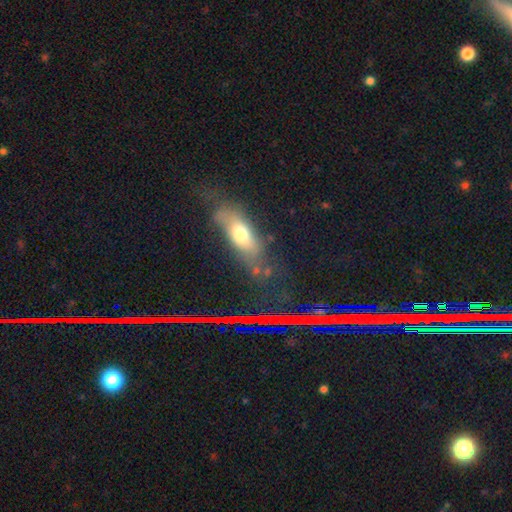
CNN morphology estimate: A featured or disk galaxy (47%).

Vote fractions:
- Smooth or featured? featured or disk: 47% / star or artifact: 27% / smooth: 26%
- Merging? none: 71% / minor disturbance: 16% / major disturbance: 9% / merger: 4%